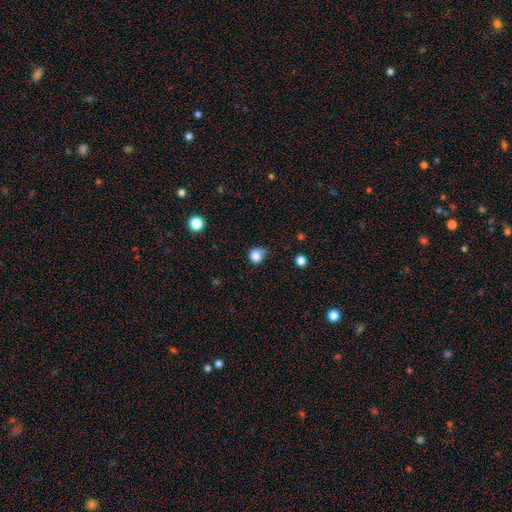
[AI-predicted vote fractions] smooth-or-featured: smooth: 80% | star or artifact: 11% | featured or disk: 9%
  how-rounded: round: 72% | in between: 27% | cigar-shaped: 1%
  merging: none: 38% | minor disturbance: 36% | major disturbance: 19% | merger: 6%